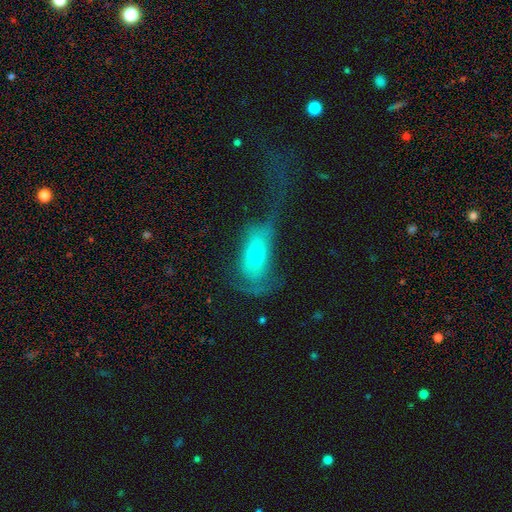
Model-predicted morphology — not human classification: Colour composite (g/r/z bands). It shows a smooth galaxy with no disk features (50%). Merging: major disturbance (48%).